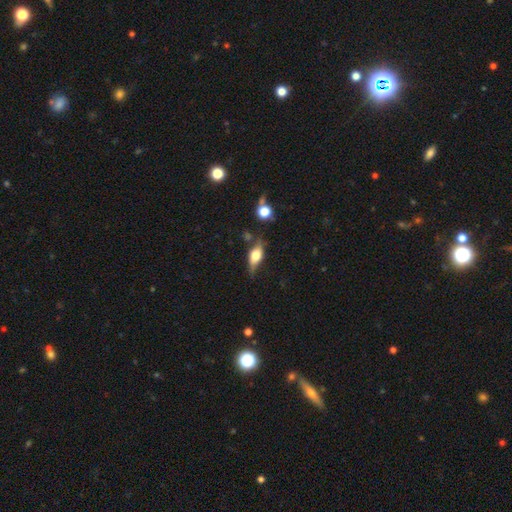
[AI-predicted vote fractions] Smooth or featured?
  - smooth: 47% *
  - featured or disk: 45%
  - star or artifact: 9%
Merging?
  - none: 63% *
  - minor disturbance: 23%
  - major disturbance: 8%
  - merger: 6%